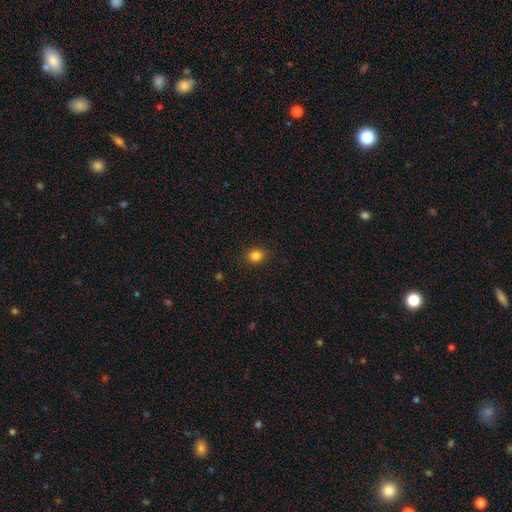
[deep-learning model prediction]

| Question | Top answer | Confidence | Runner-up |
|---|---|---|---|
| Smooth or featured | smooth | 84% | star or artifact (12%) |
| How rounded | round | 73% | in between (27%) |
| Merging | none | 88% | minor disturbance (8%) |